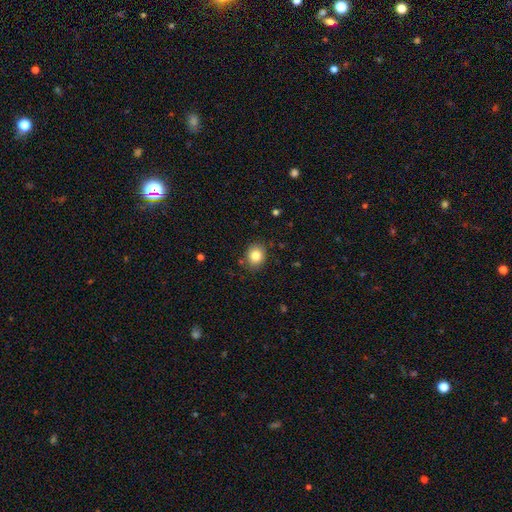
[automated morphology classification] This appears to be a smooth galaxy with no disk features (83%) that is round (66%). Merging: none (85%).